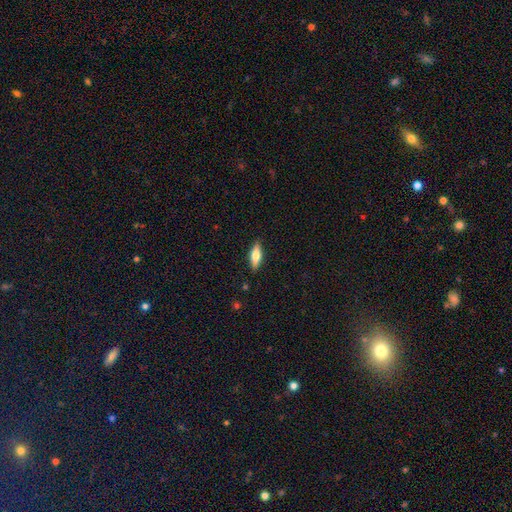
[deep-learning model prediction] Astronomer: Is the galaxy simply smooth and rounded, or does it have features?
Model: smooth — 63%.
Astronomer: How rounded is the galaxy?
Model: in between — 57% (runner-up: cigar-shaped, 41%).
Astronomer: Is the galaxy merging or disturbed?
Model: none — 88%.